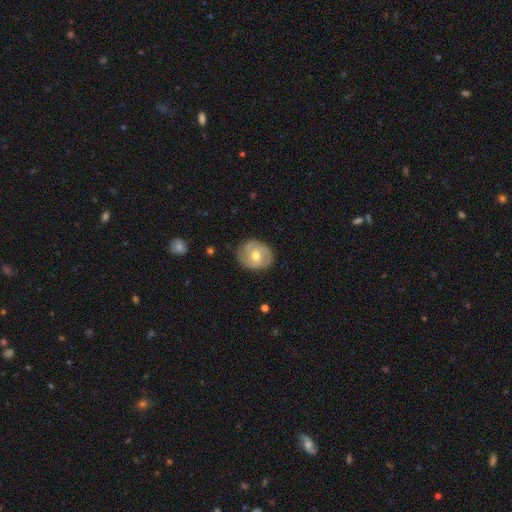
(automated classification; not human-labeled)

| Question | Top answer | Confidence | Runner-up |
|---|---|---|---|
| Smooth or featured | featured or disk | 68% | smooth (26%) |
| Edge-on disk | no | 96% | yes (4%) |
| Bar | weak | 44% | no (43%) |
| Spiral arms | yes | 80% | no (20%) |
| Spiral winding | tight | 47% | medium (39%) |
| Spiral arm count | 2 | 51% | can't tell (24%) |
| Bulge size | moderate | 71% | small (25%) |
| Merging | none | 76% | minor disturbance (18%) |